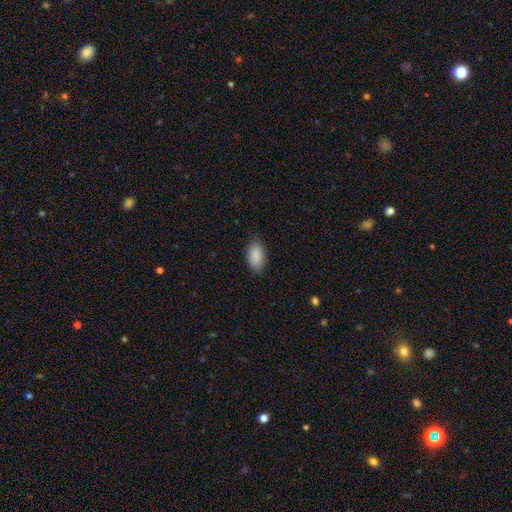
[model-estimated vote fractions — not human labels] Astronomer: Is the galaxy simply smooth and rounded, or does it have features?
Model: smooth — 90%.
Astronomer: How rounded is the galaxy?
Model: in between — 94%.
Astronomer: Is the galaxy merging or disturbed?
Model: none — 86%.